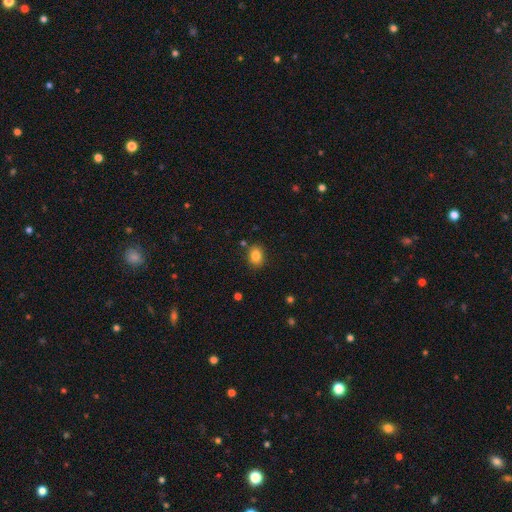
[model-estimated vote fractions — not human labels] This appears to be a smooth galaxy with no disk features (83%) that is in between round and cigar-shaped (60%). Merging: none (83%).